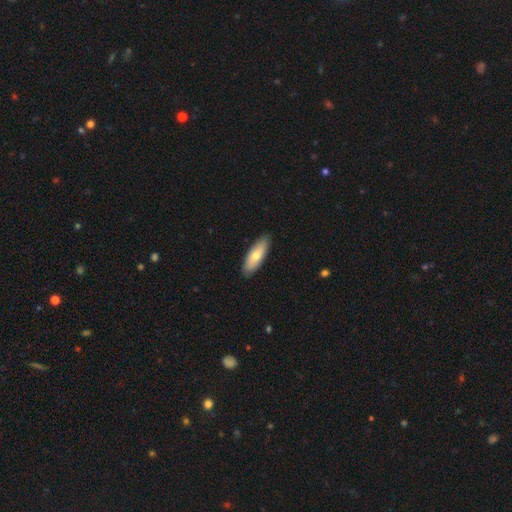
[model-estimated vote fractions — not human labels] Smooth or featured? smooth (70%)
How rounded? in between (60%)
Merging? none (88%)